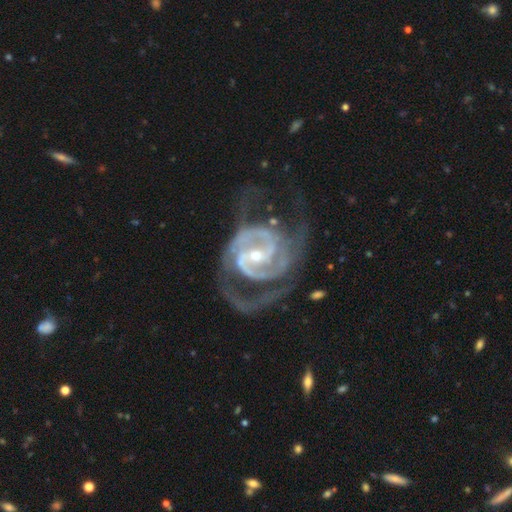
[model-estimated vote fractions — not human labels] A featured or disk galaxy (93%) with a weak bar (39%), 2 (69%) medium (46%) spiral arms (98%) and a small central bulge (67%).

Vote fractions:
- Smooth or featured? featured or disk: 93% / star or artifact: 4% / smooth: 3%
- Edge-on disk? no: 98% / yes: 2%
- Bar? weak: 39% / strong: 37% / no: 24%
- Spiral arms? yes: 98% / no: 2%
- Spiral winding? medium: 46% / tight: 43% / loose: 11%
- Spiral arm count? 2: 69% / 3: 12% / can't tell: 8% / 1: 4% / 4: 3% / more than 4: 3%
- Bulge size? small: 67% / moderate: 29% / large: 1% / none: 1% / dominant: 1%
- Merging? none: 48% / major disturbance: 31% / minor disturbance: 19% / merger: 2%